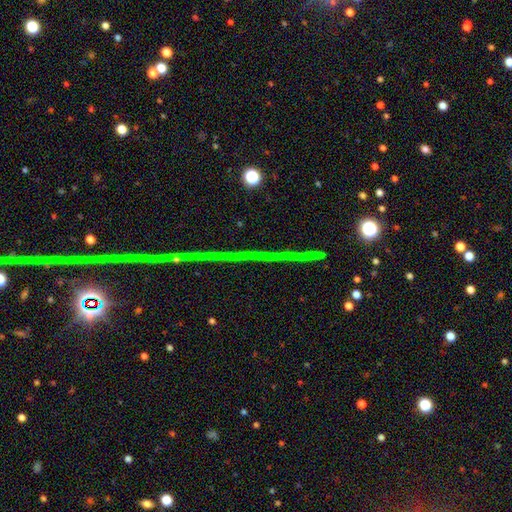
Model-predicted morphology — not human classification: Smooth or featured? star or artifact (76%)